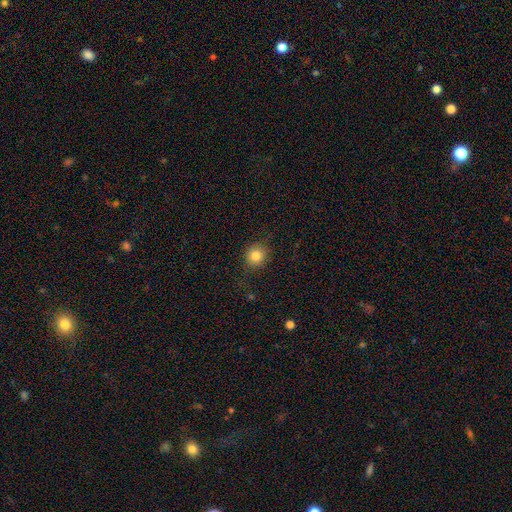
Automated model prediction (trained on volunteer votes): smooth_or_featured: smooth (p=0.83) [alt: star or artifact p=0.11]
how_rounded: round (p=0.85) [alt: in between p=0.14]
merging: none (p=0.84) [alt: minor disturbance p=0.11]